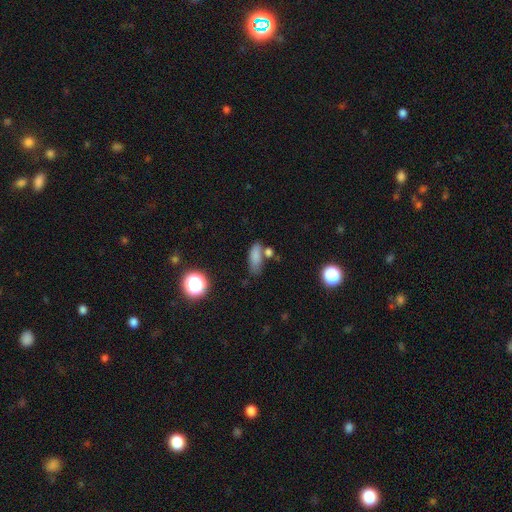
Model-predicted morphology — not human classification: Smooth or featured? Predicted: smooth (p=0.79). How rounded? Predicted: in between (p=0.70). Merging? Predicted: none (p=0.57).